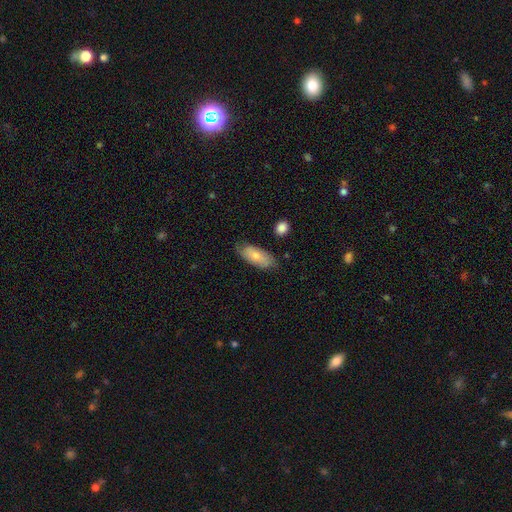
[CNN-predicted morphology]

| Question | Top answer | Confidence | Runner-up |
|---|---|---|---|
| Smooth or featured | smooth | 70% | featured or disk (24%) |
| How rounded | in between | 83% | cigar-shaped (15%) |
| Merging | none | 72% | minor disturbance (21%) |